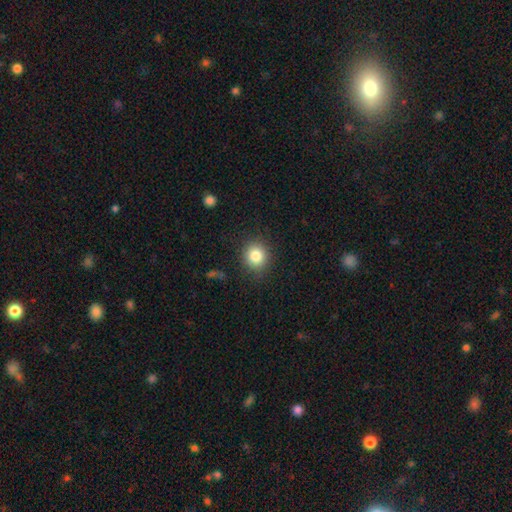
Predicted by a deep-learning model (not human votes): This is clearly a smooth galaxy (83%). How rounded: clearly round (85%). Merging: clearly none (87%).